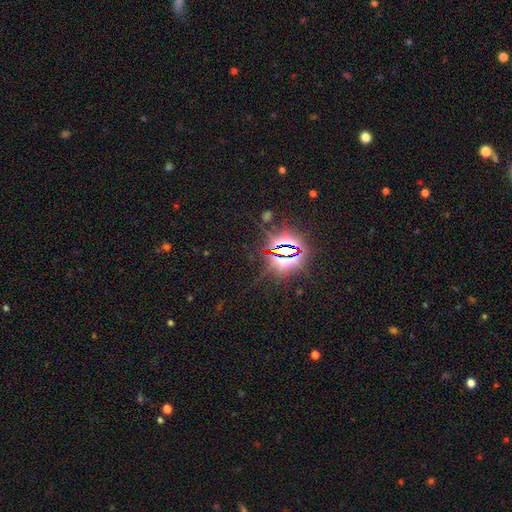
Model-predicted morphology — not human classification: The model was most divided on "smooth or featured": star or artifact: 85%, smooth: 8%, featured or disk: 7%.